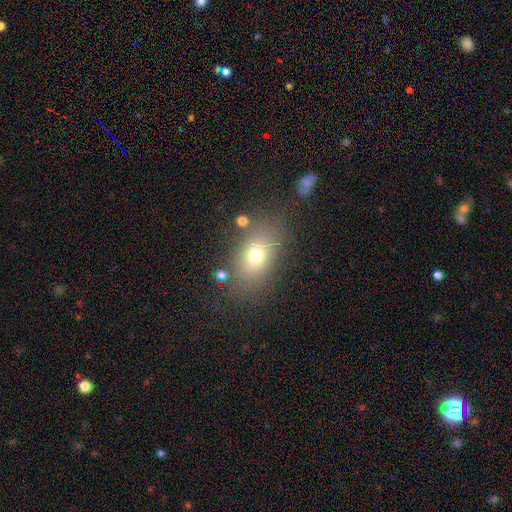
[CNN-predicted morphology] smooth 69%, featured or disk 16%, star or artifact 14%. Down the decision tree: how rounded — in between (78%); merging — none (74%).